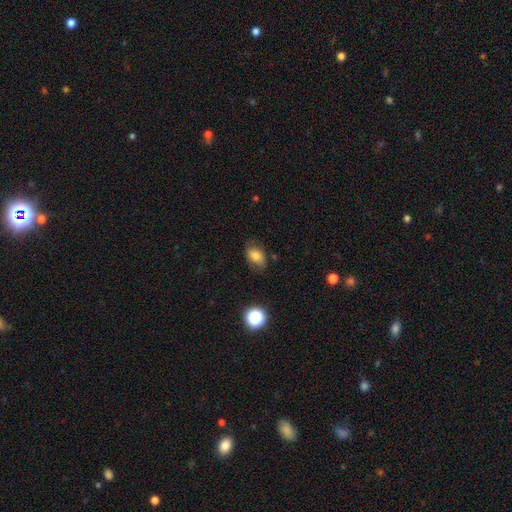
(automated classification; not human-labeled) The model was most divided on "merging": none: 75%, minor disturbance: 18%, major disturbance: 5%, merger: 2%. More confident: how rounded — in between (82%); smooth or featured — smooth (78%).